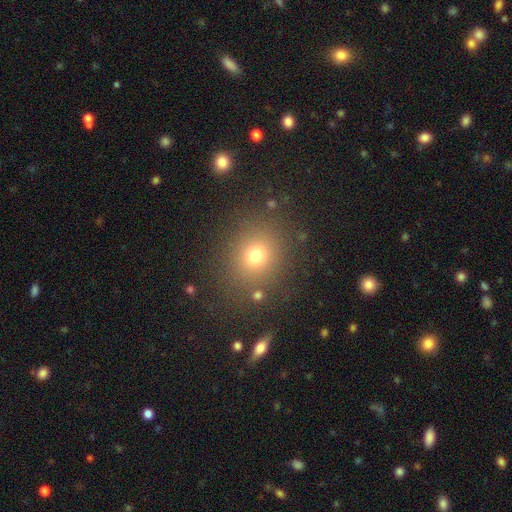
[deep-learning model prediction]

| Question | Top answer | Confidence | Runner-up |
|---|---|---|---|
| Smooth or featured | smooth | 72% | star or artifact (19%) |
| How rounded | round | 78% | in between (21%) |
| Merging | none | 84% | minor disturbance (9%) |